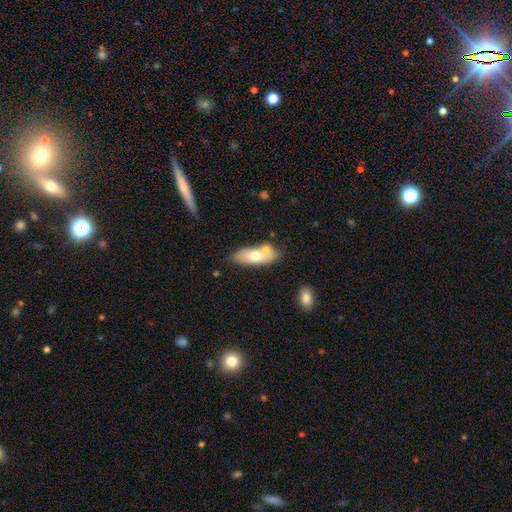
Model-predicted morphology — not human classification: Smooth or featured? smooth (64%)
How rounded? in between (77%)
Merging? none (53%)